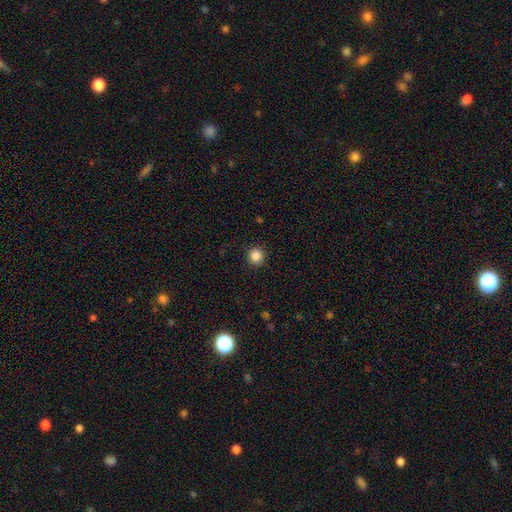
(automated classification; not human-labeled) Smooth or featured? Predicted: smooth (p=0.85). How rounded? Predicted: round (p=0.93). Merging? Predicted: none (p=0.91).